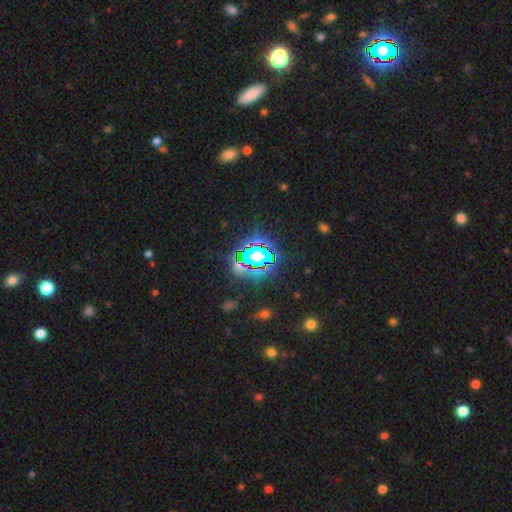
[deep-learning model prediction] Smooth or featured? star or artifact (68%)